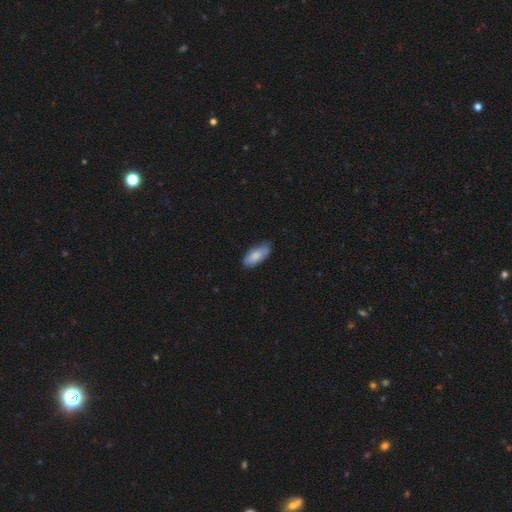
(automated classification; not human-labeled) Smooth or featured?
  - smooth: 82% *
  - featured or disk: 13%
  - star or artifact: 6%
How rounded?
  - in between: 84% *
  - cigar-shaped: 14%
  - round: 2%
Merging?
  - none: 74% *
  - minor disturbance: 21%
  - major disturbance: 3%
  - merger: 1%